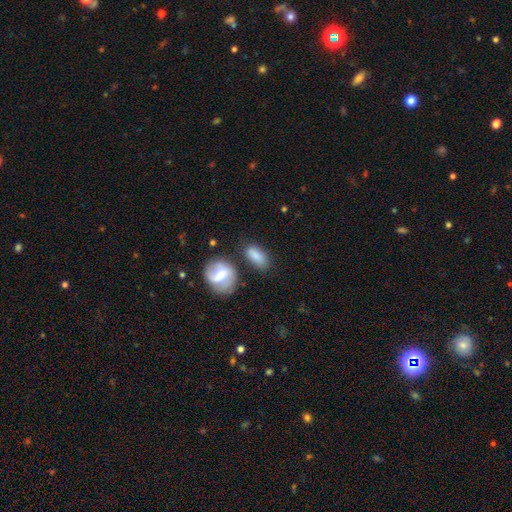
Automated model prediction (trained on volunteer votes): smooth 80%, featured or disk 12%, star or artifact 7%. Down the decision tree: how rounded — in between (85%); merging — none (67%).